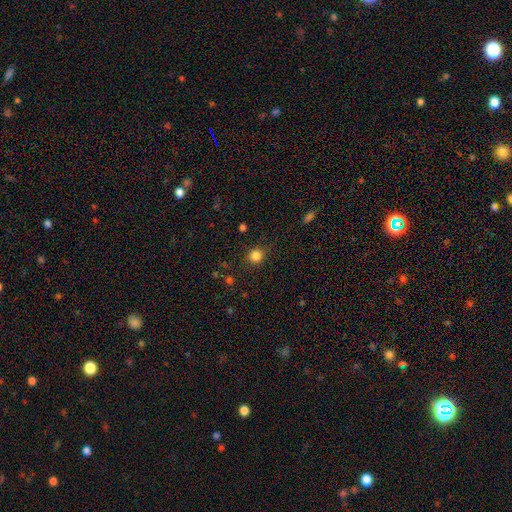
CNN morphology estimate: smooth_or_featured: smooth (p=0.83) [alt: star or artifact p=0.13]
how_rounded: round (p=0.88) [alt: in between p=0.11]
merging: none (p=0.87) [alt: minor disturbance p=0.09]